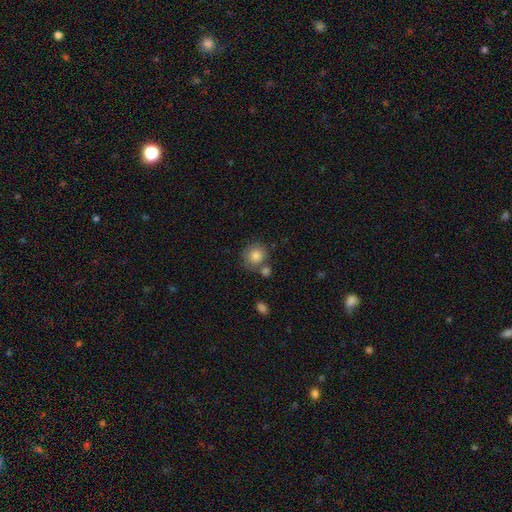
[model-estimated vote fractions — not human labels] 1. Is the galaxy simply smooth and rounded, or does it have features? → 84% smooth, 9% star or artifact, 7% featured or disk.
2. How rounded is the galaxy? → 86% round, 14% in between, 1% cigar-shaped.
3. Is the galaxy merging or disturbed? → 66% none, 18% merger, 12% minor disturbance, 4% major disturbance.